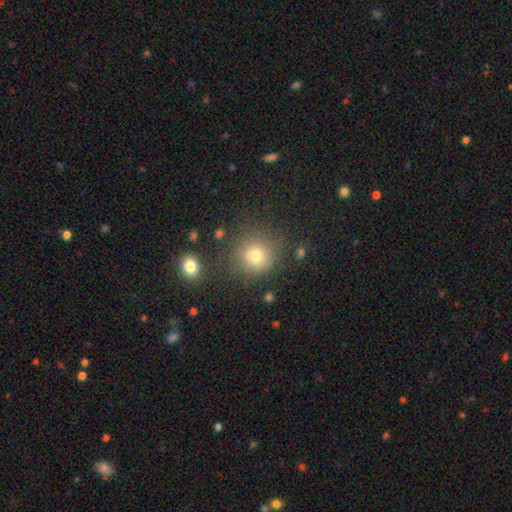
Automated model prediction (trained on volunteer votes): Smooth or featured? Predicted: smooth (p=0.75). How rounded? Predicted: round (p=0.89). Merging? Predicted: none (p=0.78).